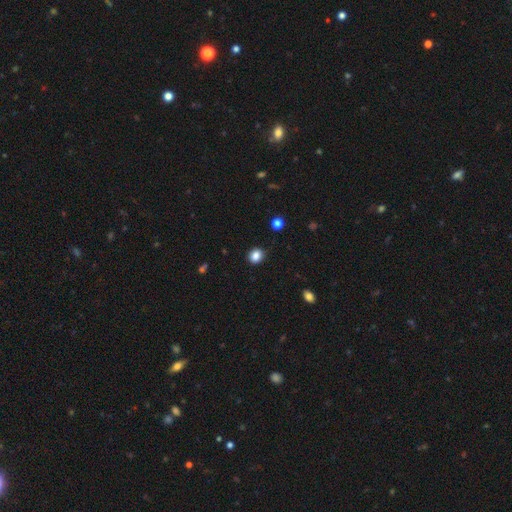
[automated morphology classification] Q: Smooth or featured?
A: smooth (85%); runner-up: star or artifact (11%)
Q: How rounded?
A: round (69%); runner-up: in between (30%)
Q: Merging?
A: none (87%); runner-up: minor disturbance (10%)